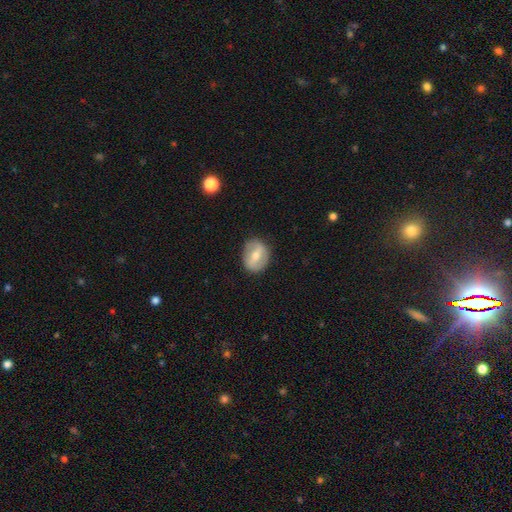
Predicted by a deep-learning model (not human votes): Smooth or featured? Predicted: featured or disk (p=0.49). Merging? Predicted: none (p=0.85).